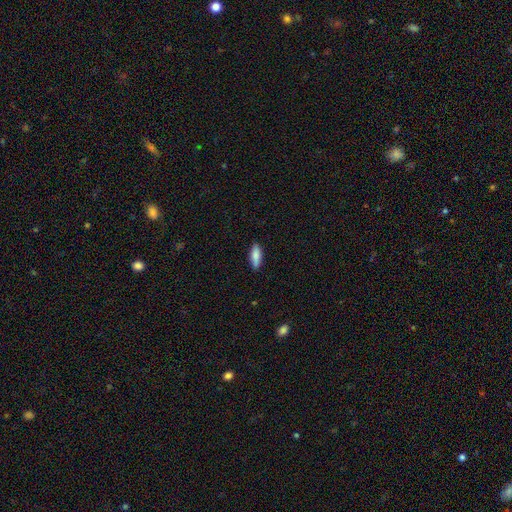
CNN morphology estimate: This appears to be a smooth galaxy with no disk features (82%) that is in between round and cigar-shaped (57%). Merging: none (86%).